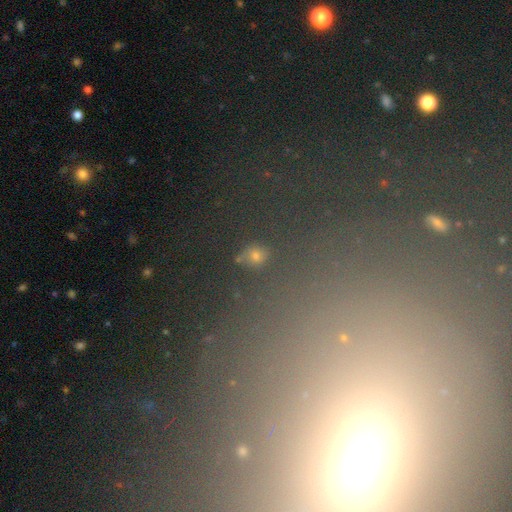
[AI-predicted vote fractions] Smooth or featured? smooth (60%)
How rounded? round (59%)
Merging? none (76%)